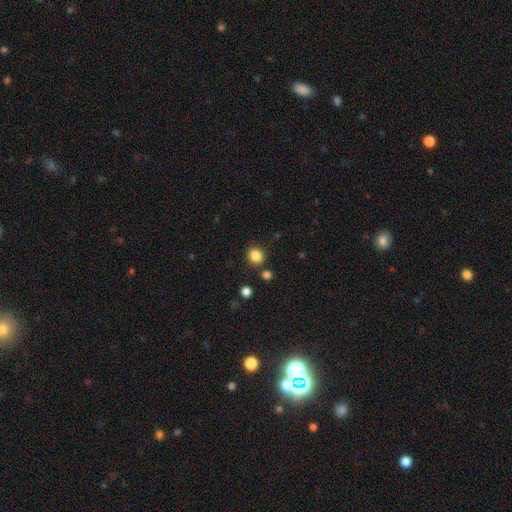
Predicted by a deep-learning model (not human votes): The model was most divided on "how rounded": round: 75%, in between: 24%, cigar-shaped: 1%. More confident: smooth or featured — smooth (86%); merging — none (84%).